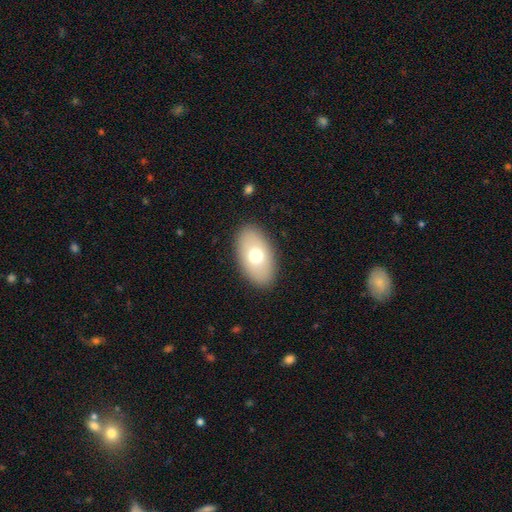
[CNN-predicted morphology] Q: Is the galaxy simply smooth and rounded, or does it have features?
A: smooth — 69%.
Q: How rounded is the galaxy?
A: in between — 93%.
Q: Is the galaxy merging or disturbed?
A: none — 88%.